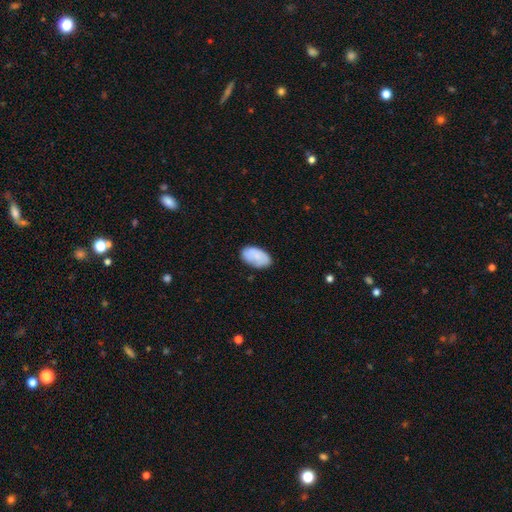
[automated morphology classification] A smooth galaxy with no disk features (82%) that is in between round and cigar-shaped (94%). Merging: none (77%).